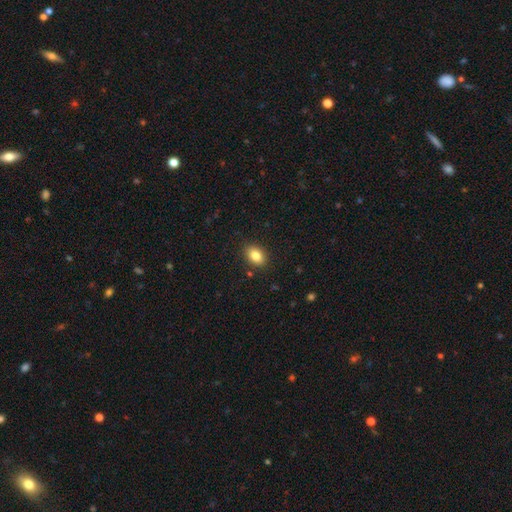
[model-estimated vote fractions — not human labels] This is clearly a smooth galaxy (84%). How rounded: clearly in between (81%). Merging: clearly none (88%).